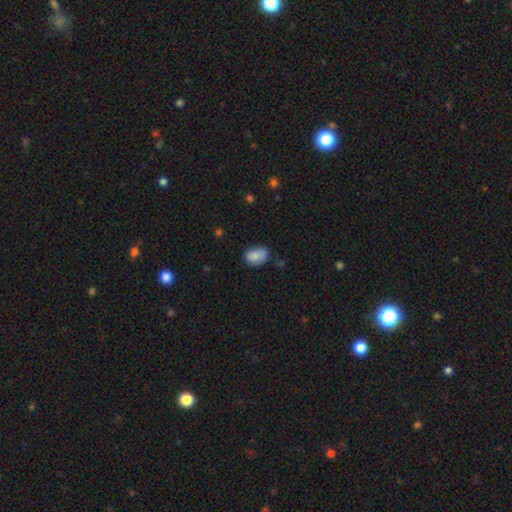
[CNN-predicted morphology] smooth 81%, featured or disk 11%, star or artifact 8%. Down the decision tree: how rounded — in between (83%); merging — none (64%).